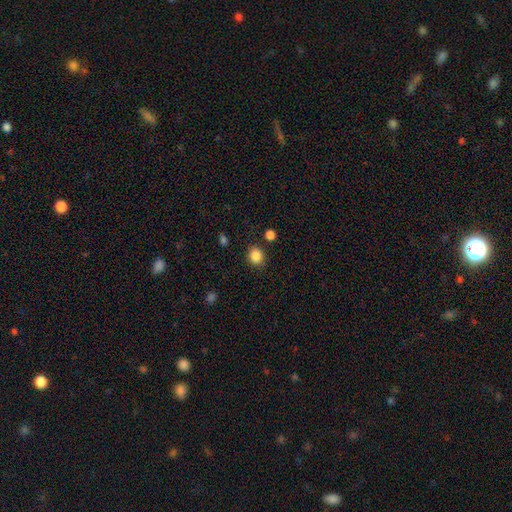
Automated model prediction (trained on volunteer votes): Smooth or featured: smooth — 86% (star or artifact — 10%)
How rounded: round — 72% (in between — 27%)
Merging: none — 84% (minor disturbance — 9%)